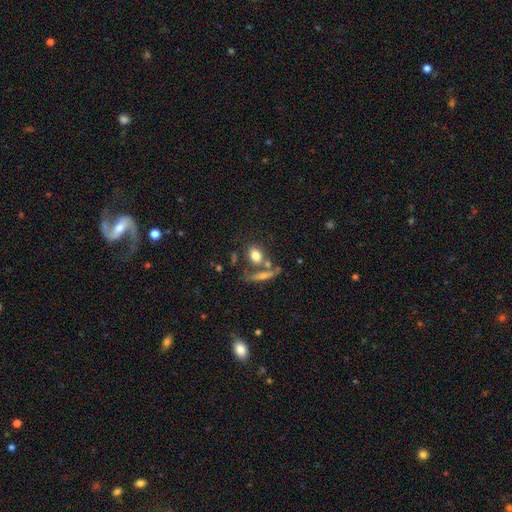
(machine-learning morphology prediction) This appears to be a smooth galaxy with no disk features (76%) that is in between round and cigar-shaped (65%). Merging: none (52%).